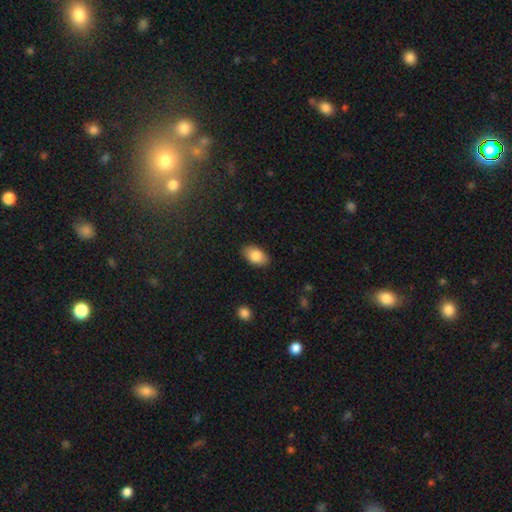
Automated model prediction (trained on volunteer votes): A smooth galaxy with no disk features (84%) that is in between round and cigar-shaped (91%). Merging: none (87%).